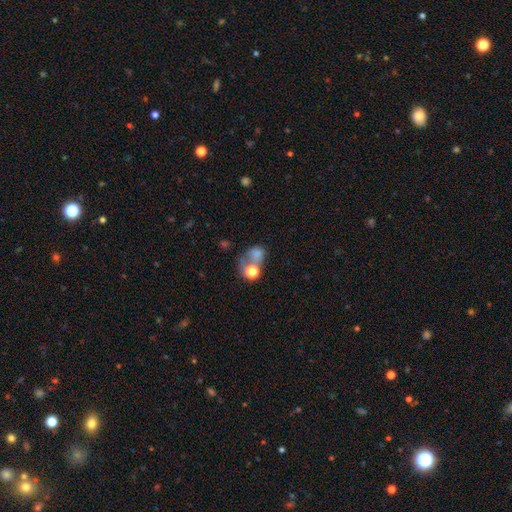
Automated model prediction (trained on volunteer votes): Overall: smooth (65%). How rounded: round (60%; in between 39%). Merging: merger (47%; none 23%).